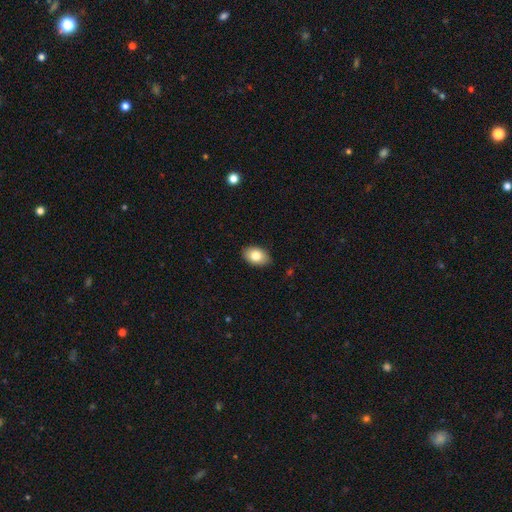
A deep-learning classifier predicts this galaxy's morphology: The model was most divided on "smooth or featured": smooth: 80%, featured or disk: 12%, star or artifact: 8%. More confident: merging — none (87%); how rounded — in between (86%).